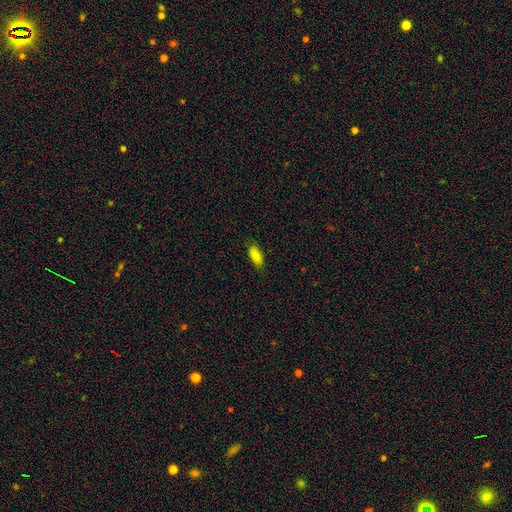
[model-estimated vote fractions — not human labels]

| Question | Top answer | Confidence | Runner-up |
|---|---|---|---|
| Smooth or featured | smooth | 87% | star or artifact (8%) |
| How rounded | in between | 85% | cigar-shaped (13%) |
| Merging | none | 82% | minor disturbance (14%) |